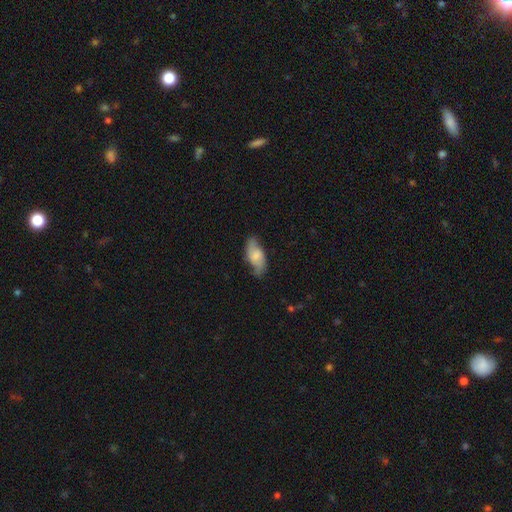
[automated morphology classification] smooth-or-featured: featured or disk: 49% | smooth: 44% | star or artifact: 7%
  merging: none: 69% | minor disturbance: 22% | major disturbance: 7% | merger: 2%